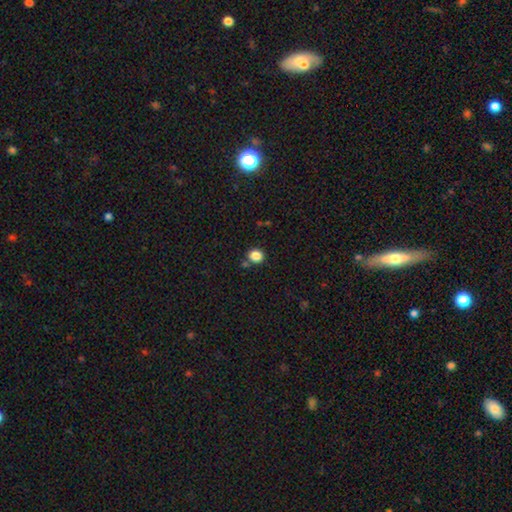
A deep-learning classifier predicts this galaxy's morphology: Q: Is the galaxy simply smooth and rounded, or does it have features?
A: smooth — 85%.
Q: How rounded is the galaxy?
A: round — 81%.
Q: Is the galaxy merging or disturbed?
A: none — 79%.